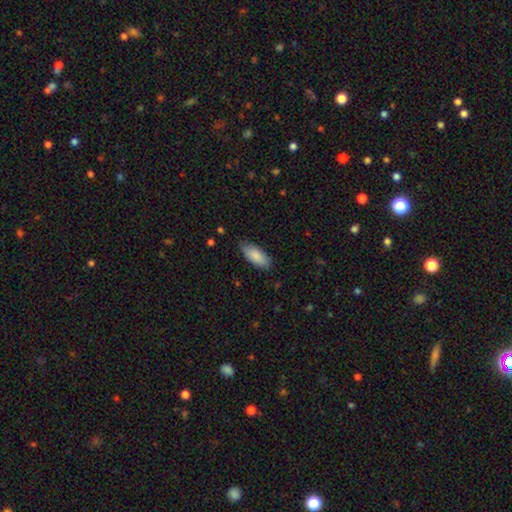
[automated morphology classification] A smooth galaxy with no disk features (87%) that is in between round and cigar-shaped (85%). Merging: none (80%).